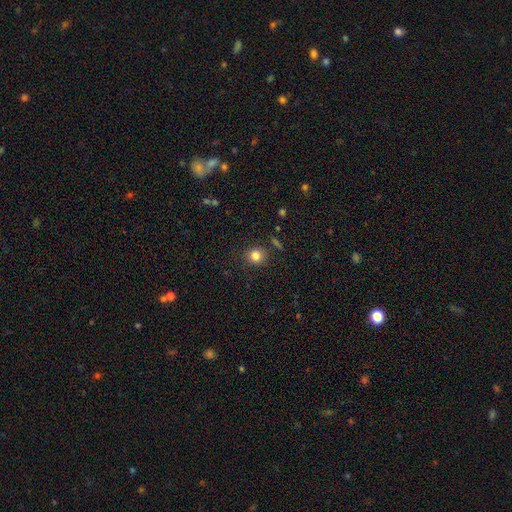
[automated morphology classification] Smooth or featured? Predicted: smooth (p=0.82). How rounded? Predicted: round (p=0.88). Merging? Predicted: none (p=0.87).